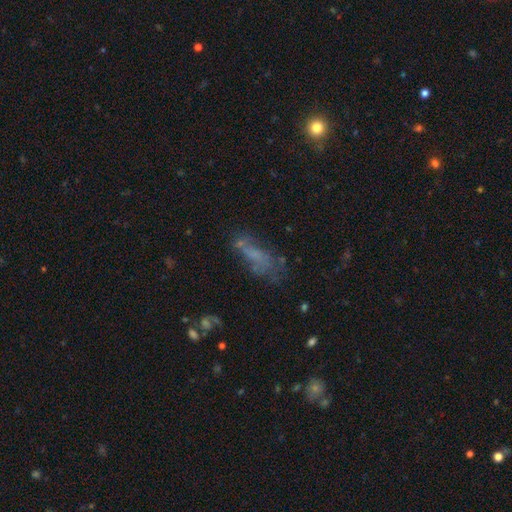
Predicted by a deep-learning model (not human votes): This is marginally a smooth galaxy (43%). Merging: marginally none (42%).